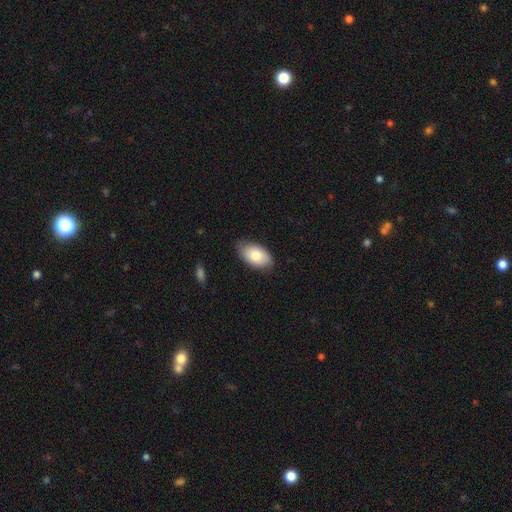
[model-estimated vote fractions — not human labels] Morphology: type=smooth (79%); roundness=in between (94%); merging=none (79%).